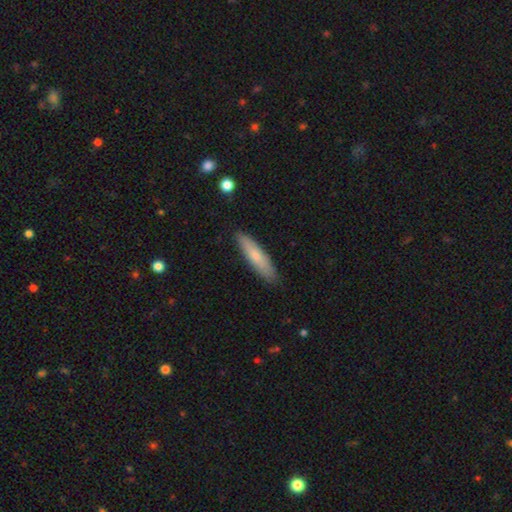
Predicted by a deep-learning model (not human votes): This appears to be a smooth galaxy with no disk features (71%) that is cigar-shaped (76%). Merging: none (86%).